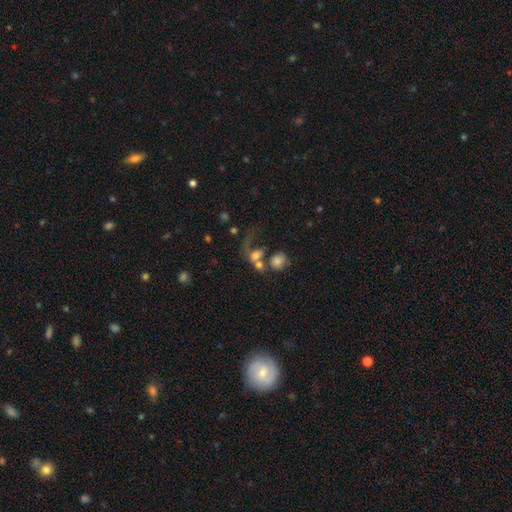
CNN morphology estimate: The model was most divided on "how rounded" (2-way tie): in between: 48%, round: 48%, cigar-shaped: 3%. Remaining: smooth or featured — smooth (62%); merging — merger (48%).